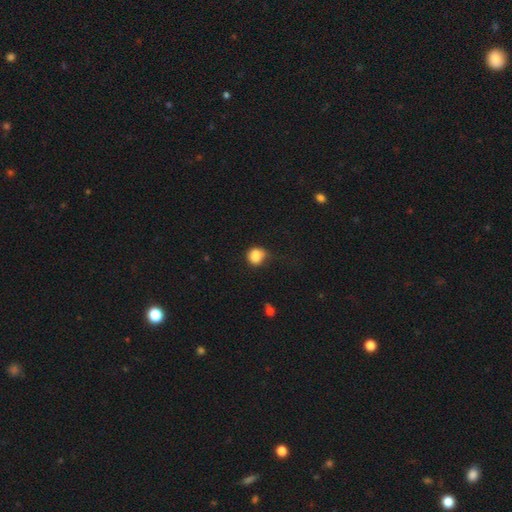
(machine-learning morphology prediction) Overall: smooth (81%). How rounded: round (67%; in between 32%). Merging: none (43%; minor disturbance 32%).